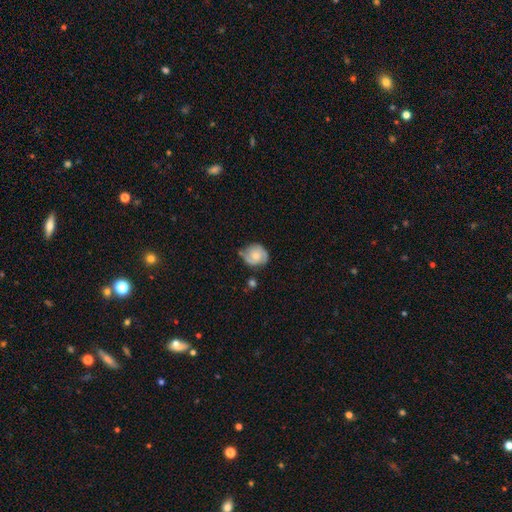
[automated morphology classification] A featured or disk galaxy (56%) with no bar (75%), spiral arms (85%) and a moderate central bulge (55%). Merging: none (57%).